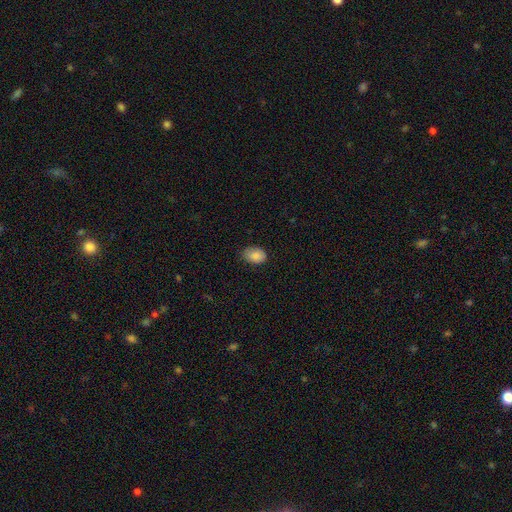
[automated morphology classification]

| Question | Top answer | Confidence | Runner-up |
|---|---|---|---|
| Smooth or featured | smooth | 87% | star or artifact (8%) |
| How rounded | in between | 79% | round (19%) |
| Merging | none | 77% | minor disturbance (19%) |